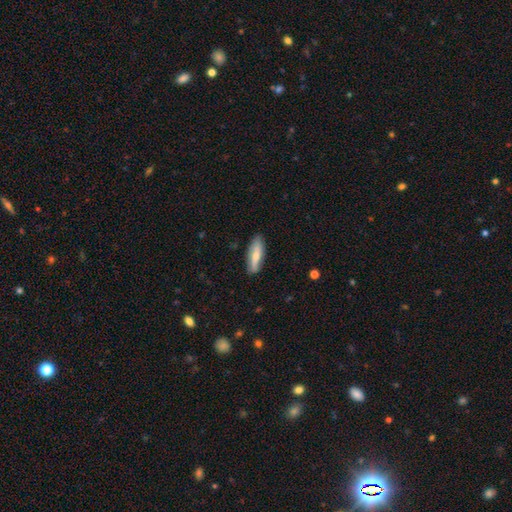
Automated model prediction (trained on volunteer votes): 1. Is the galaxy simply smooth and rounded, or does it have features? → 61% smooth, 33% featured or disk, 6% star or artifact.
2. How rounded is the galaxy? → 54% in between, 44% cigar-shaped, 2% round.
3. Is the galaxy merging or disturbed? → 82% none, 14% minor disturbance, 2% major disturbance, 1% merger.